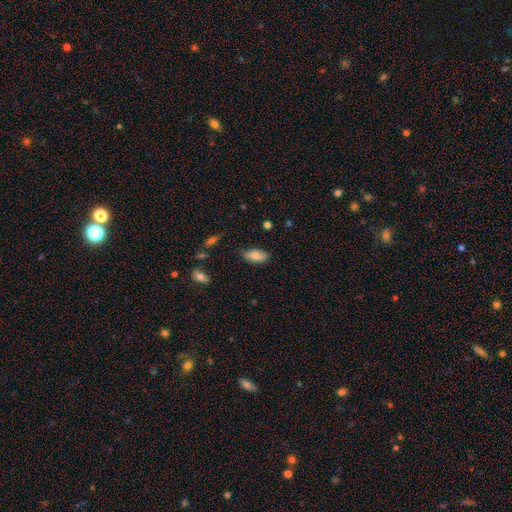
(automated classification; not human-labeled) Q: Smooth or featured?
A: smooth (84%); runner-up: featured or disk (9%)
Q: How rounded?
A: in between (91%); runner-up: cigar-shaped (6%)
Q: Merging?
A: none (80%); runner-up: minor disturbance (15%)